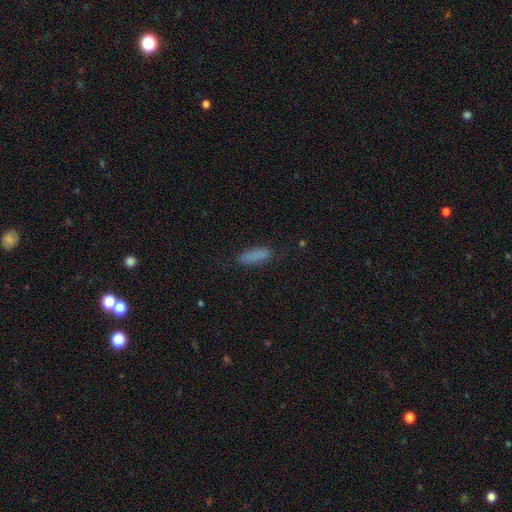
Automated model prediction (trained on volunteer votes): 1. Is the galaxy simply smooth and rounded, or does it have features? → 84% smooth, 8% star or artifact, 7% featured or disk.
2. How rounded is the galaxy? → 54% cigar-shaped, 44% in between, 2% round.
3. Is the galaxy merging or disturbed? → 80% none, 15% minor disturbance, 4% major disturbance, 1% merger.